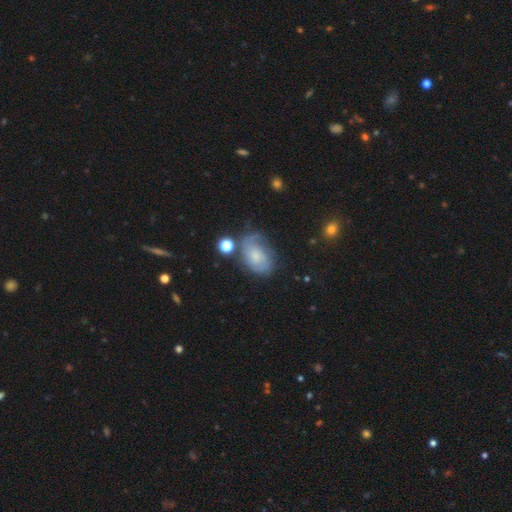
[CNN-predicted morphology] type=featured or disk (59%); edge-on=no (97%); bar=no (73%); spiral arms=yes (85%); bulge=small (57%); merging=none (54%).